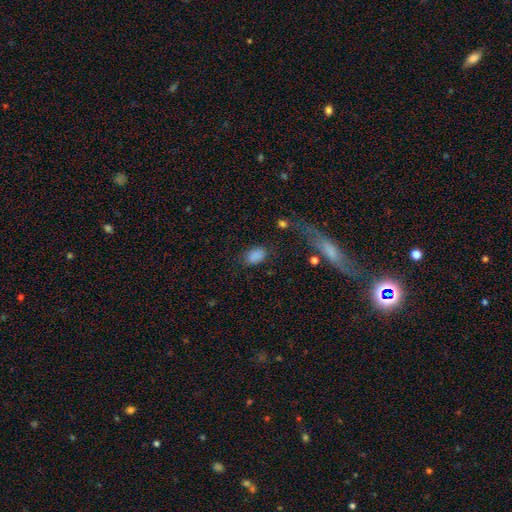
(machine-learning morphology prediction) Smooth or featured? Predicted: smooth (p=0.86). How rounded? Predicted: in between (p=0.88). Merging? Predicted: none (p=0.75).